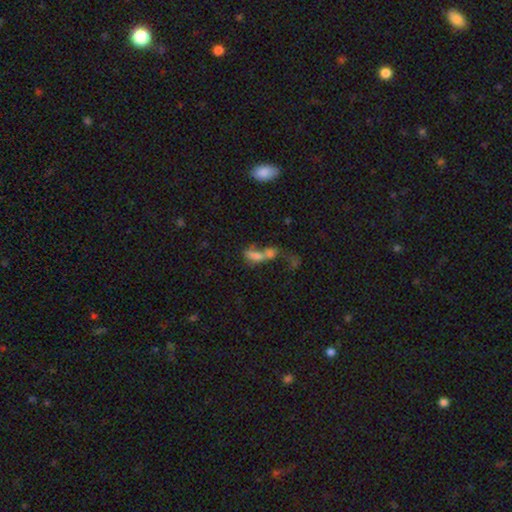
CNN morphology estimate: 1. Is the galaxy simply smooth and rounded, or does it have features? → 60% smooth, 24% featured or disk, 15% star or artifact.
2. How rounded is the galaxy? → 69% in between, 21% cigar-shaped, 10% round.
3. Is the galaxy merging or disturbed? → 67% merger, 13% major disturbance, 13% none, 7% minor disturbance.